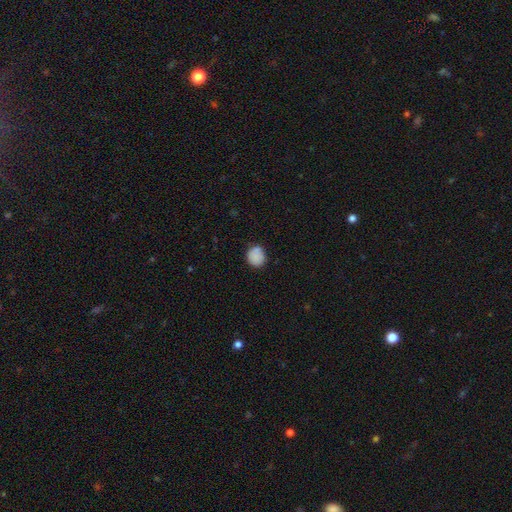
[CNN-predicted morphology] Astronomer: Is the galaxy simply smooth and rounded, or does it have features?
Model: smooth — 84%.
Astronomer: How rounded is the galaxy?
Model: round — 82%.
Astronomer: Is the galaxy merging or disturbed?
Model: none — 72%.